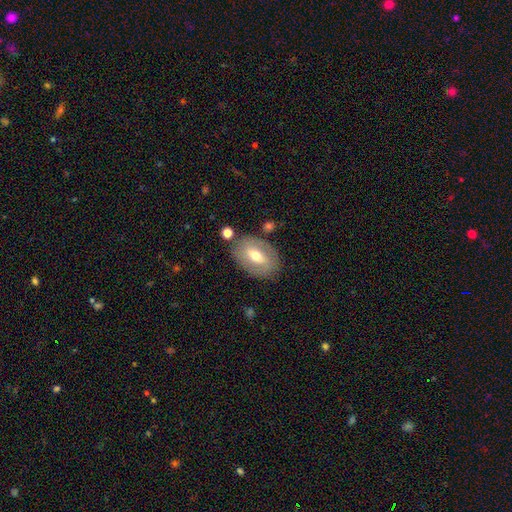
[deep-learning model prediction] featured or disk 49%, smooth 44%, star or artifact 7%. Down the decision tree: merging — none (78%).